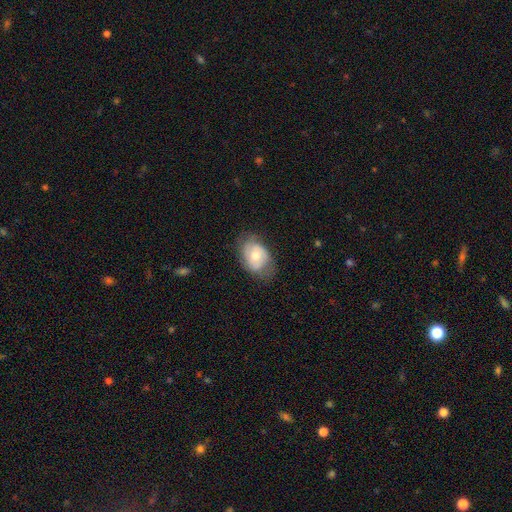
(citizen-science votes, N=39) Overall: smooth (54%; featured or disk 41%). How rounded: in between (81%). Merging: none (49%; minor disturbance 38%).